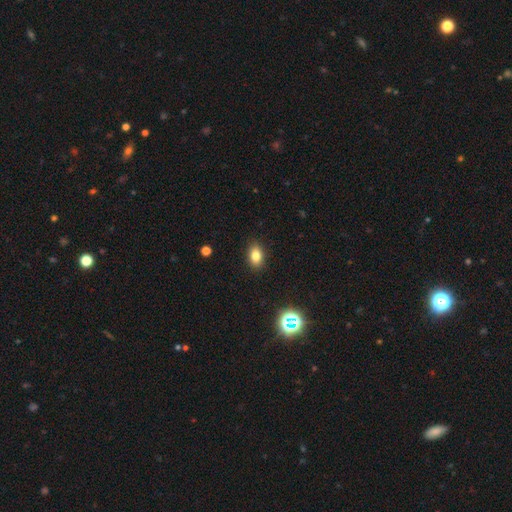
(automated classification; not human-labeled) This appears to be a smooth galaxy with no disk features (80%) that is in between round and cigar-shaped (84%). Merging: none (89%).